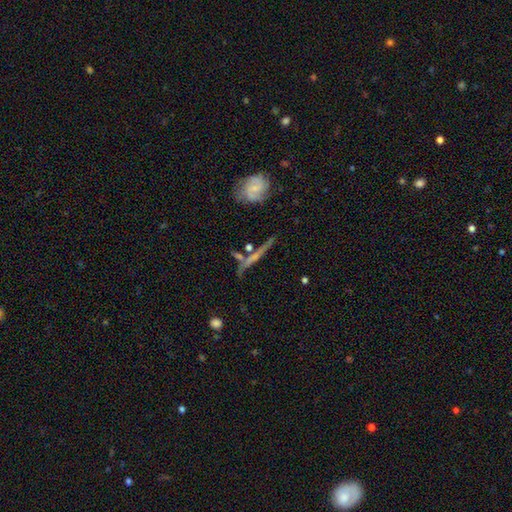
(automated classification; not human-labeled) Smooth or featured? Predicted: featured or disk (p=0.63). Edge-on disk? Predicted: yes (p=0.89). Edge-on bulge? Predicted: none (p=0.63). Merging? Predicted: none (p=0.76).